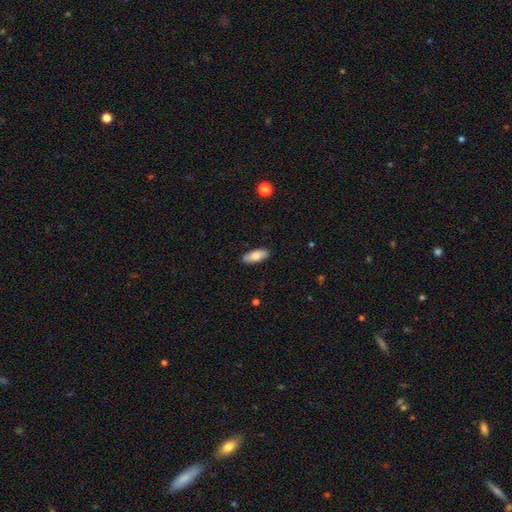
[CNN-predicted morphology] smooth_or_featured: smooth (p=0.82) [alt: featured or disk p=0.12]
how_rounded: in between (p=0.84) [alt: cigar-shaped p=0.14]
merging: none (p=0.88) [alt: minor disturbance p=0.09]